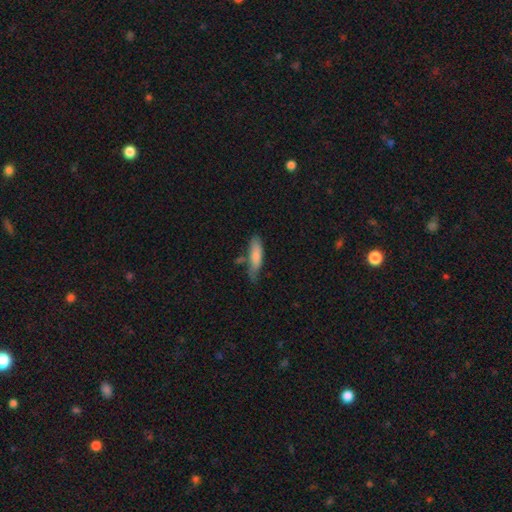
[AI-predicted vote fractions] Q: Smooth or featured?
A: smooth (81%); runner-up: featured or disk (13%)
Q: How rounded?
A: cigar-shaped (63%); runner-up: in between (35%)
Q: Merging?
A: none (55%); runner-up: minor disturbance (28%)